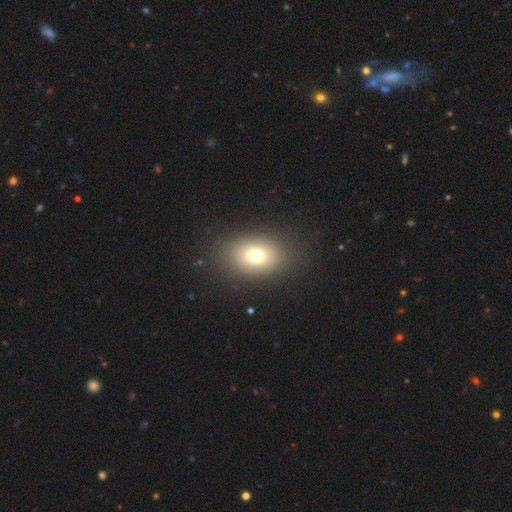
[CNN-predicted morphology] smooth-or-featured: smooth: 72% | star or artifact: 14% | featured or disk: 14%
  how-rounded: in between: 70% | round: 29% | cigar-shaped: 1%
  merging: none: 85% | minor disturbance: 9% | major disturbance: 5% | merger: 1%